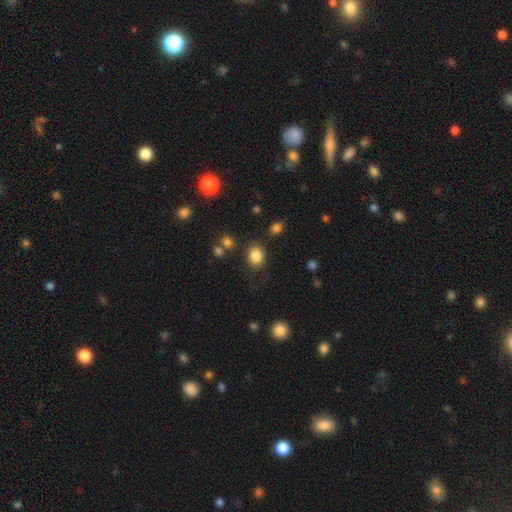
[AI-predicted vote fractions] This is clearly a smooth galaxy (85%). How rounded: possibly round (50%). Merging: clearly none (81%).